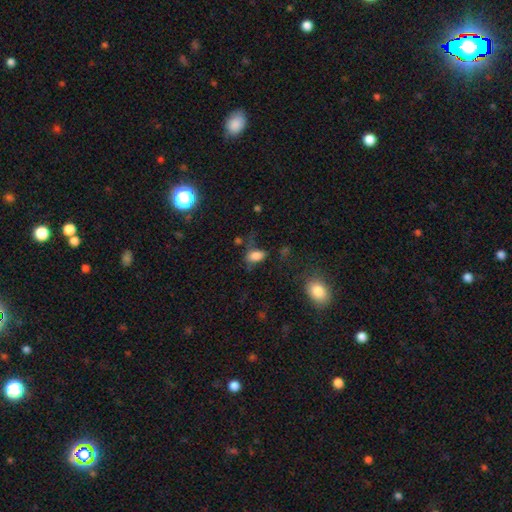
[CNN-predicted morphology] smooth 78%, star or artifact 12%, featured or disk 10%. Down the decision tree: how rounded — in between (87%); merging — none (50%).